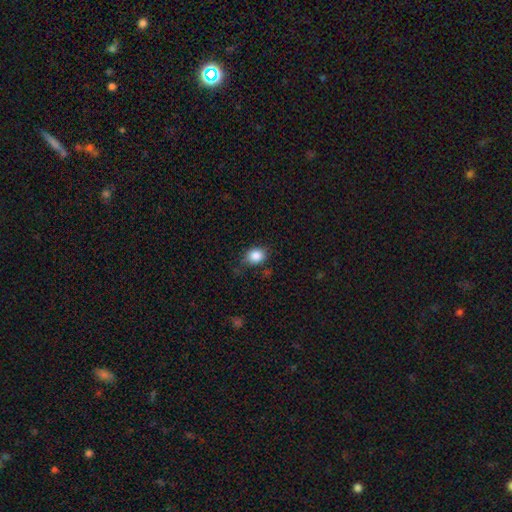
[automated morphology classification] This is clearly a smooth galaxy (85%). How rounded: possibly round (57%). Merging: likely none (68%).